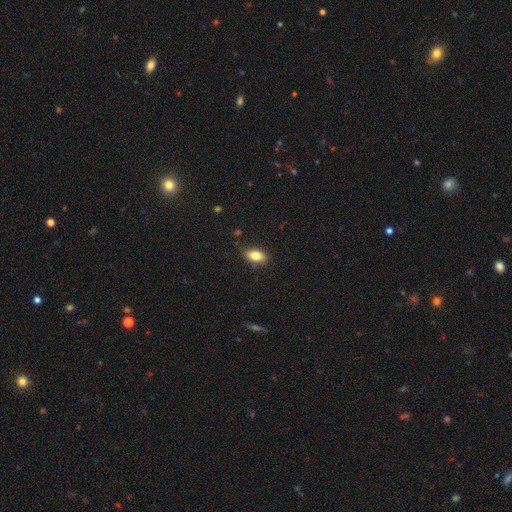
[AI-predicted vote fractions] The model was most divided on "merging": none: 79%, minor disturbance: 17%, major disturbance: 3%, merger: 2%. More confident: how rounded — in between (87%); smooth or featured — smooth (80%).